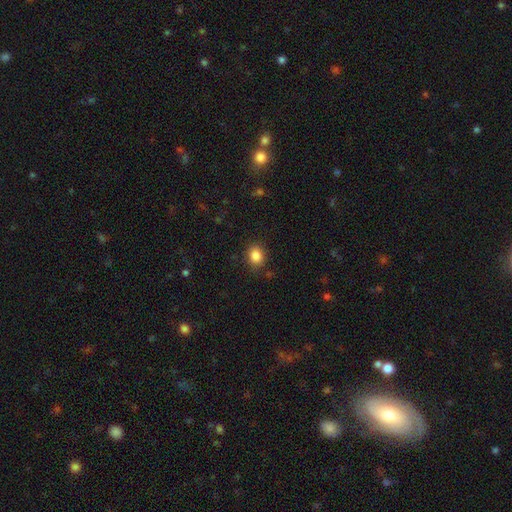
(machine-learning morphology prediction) This appears to be a smooth galaxy with no disk features (86%) that is round (61%). Merging: none (86%).